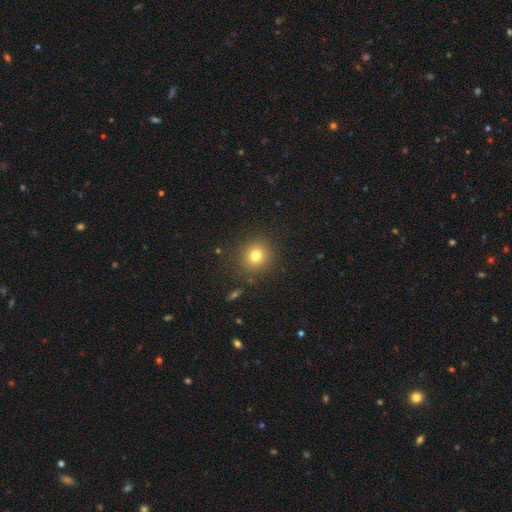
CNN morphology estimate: This is likely a smooth galaxy (78%). How rounded: clearly round (90%). Merging: clearly none (88%).